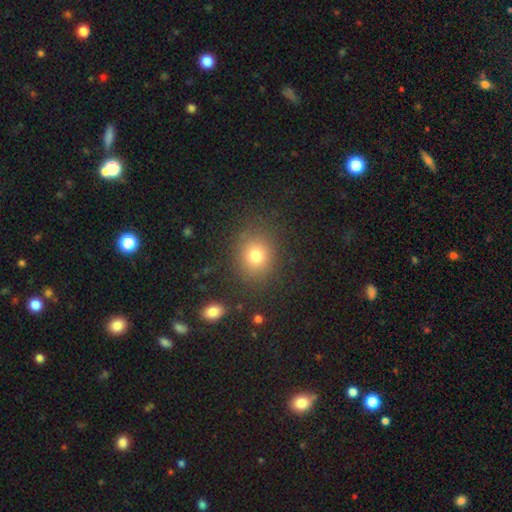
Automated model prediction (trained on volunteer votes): smooth_or_featured: smooth (p=0.78) [alt: star or artifact p=0.13]
how_rounded: round (p=0.68) [alt: in between p=0.31]
merging: none (p=0.85) [alt: minor disturbance p=0.09]